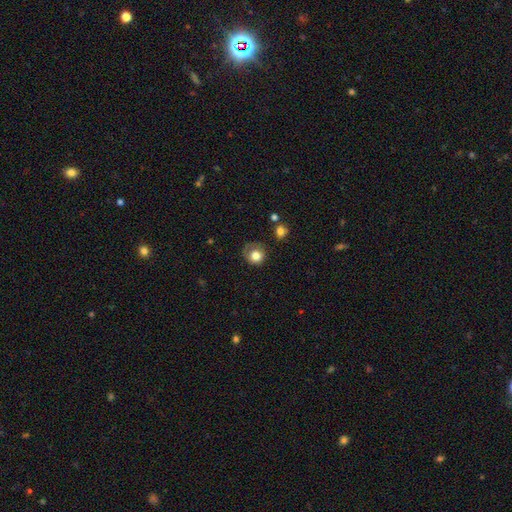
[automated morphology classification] This appears to be a smooth galaxy with no disk features (77%) that is round (86%). Merging: none (59%).